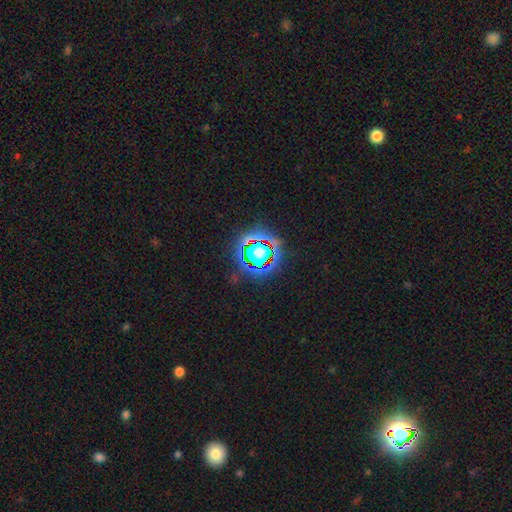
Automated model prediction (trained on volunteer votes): Smooth or featured? star or artifact (80%)